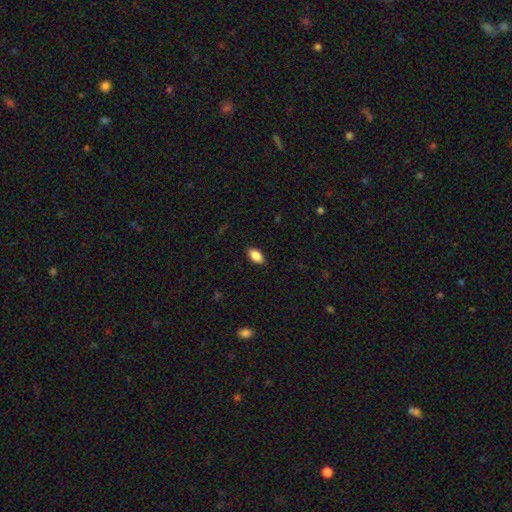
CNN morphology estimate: The model was most divided on "merging": none: 88%, minor disturbance: 9%, major disturbance: 2%, merger: 1%. More confident: how rounded — in between (92%); smooth or featured — smooth (87%).